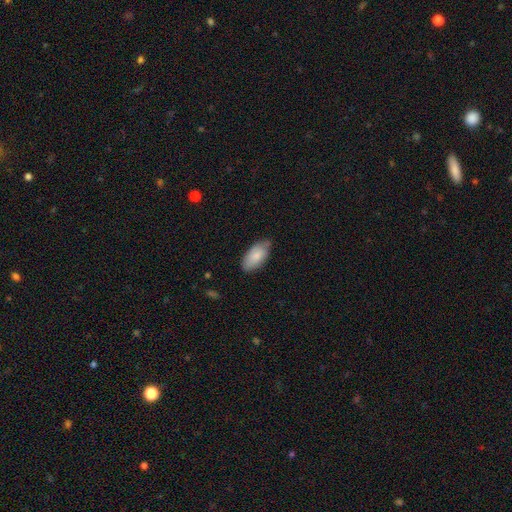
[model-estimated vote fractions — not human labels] Q: Smooth or featured?
A: smooth (82%); runner-up: featured or disk (12%)
Q: How rounded?
A: in between (93%); runner-up: cigar-shaped (5%)
Q: Merging?
A: none (71%); runner-up: minor disturbance (24%)